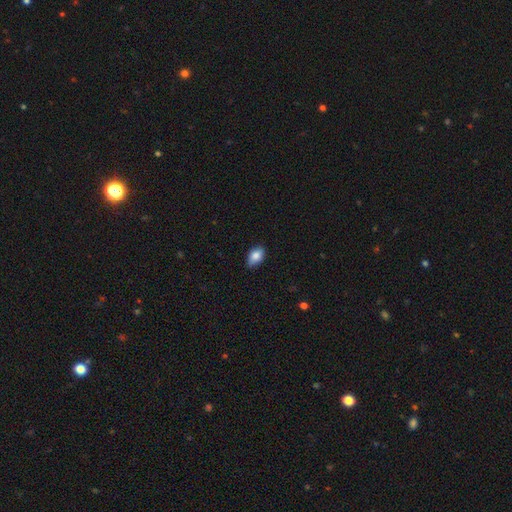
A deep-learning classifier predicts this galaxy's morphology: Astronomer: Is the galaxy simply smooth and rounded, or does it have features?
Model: smooth — 83%.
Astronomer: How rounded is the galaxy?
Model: in between — 87%.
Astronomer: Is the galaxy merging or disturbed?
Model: none — 79%.